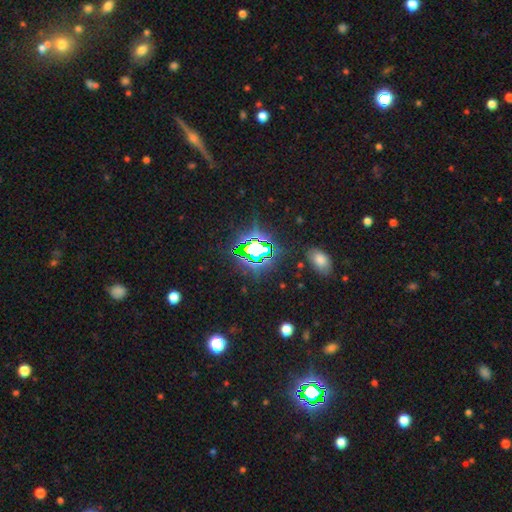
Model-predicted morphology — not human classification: star or artifact 77%, smooth 14%, featured or disk 9%.